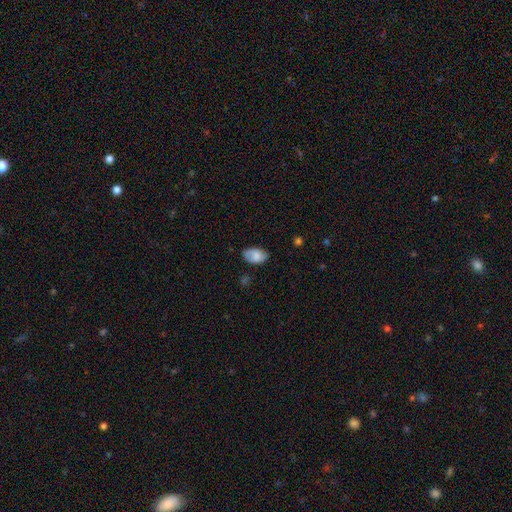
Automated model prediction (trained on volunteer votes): Q: Smooth or featured?
A: smooth (74%); runner-up: featured or disk (18%)
Q: How rounded?
A: in between (92%); runner-up: round (6%)
Q: Merging?
A: none (69%); runner-up: minor disturbance (23%)